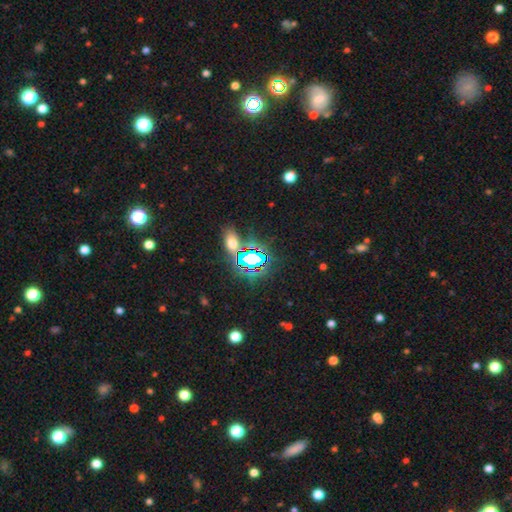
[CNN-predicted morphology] star or artifact 78%, smooth 14%, featured or disk 8%.